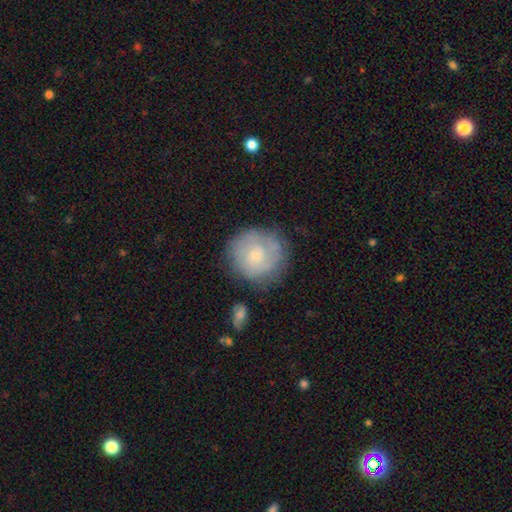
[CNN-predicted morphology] smooth-or-featured: smooth: 48% | featured or disk: 44% | star or artifact: 8%
  merging: none: 73% | minor disturbance: 18% | major disturbance: 6% | merger: 3%